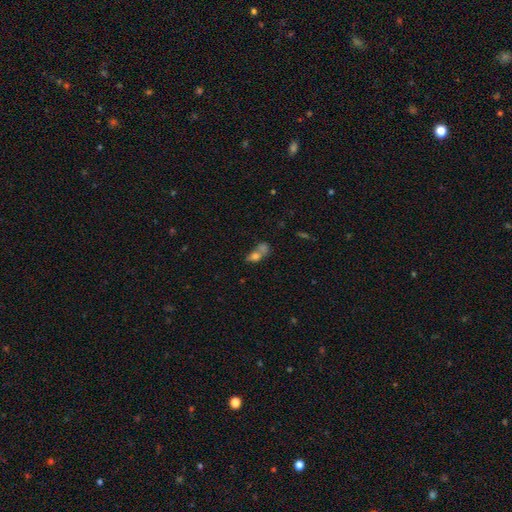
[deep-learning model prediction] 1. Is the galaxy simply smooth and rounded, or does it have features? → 65% smooth, 21% featured or disk, 14% star or artifact.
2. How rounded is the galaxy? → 65% in between, 26% round, 9% cigar-shaped.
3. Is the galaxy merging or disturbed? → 59% merger, 23% none, 10% minor disturbance, 9% major disturbance.